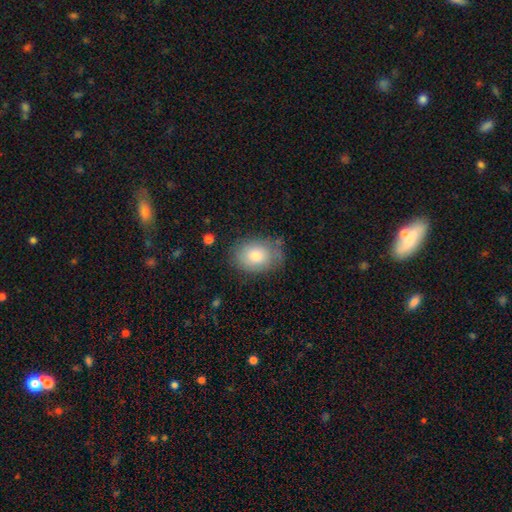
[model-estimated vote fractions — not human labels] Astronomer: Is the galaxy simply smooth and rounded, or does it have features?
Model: smooth — 77%.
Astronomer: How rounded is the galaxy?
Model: in between — 71%.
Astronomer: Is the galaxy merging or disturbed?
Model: none — 70%.